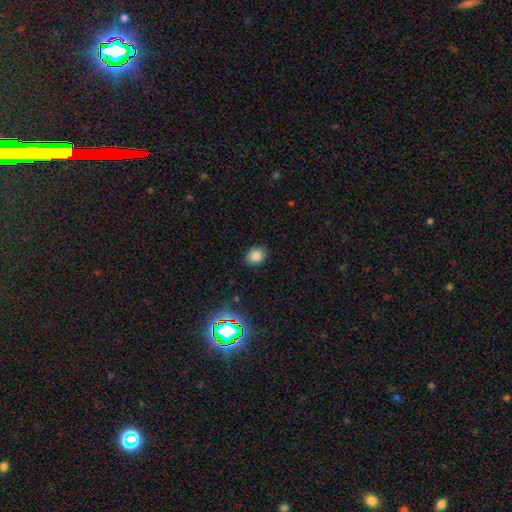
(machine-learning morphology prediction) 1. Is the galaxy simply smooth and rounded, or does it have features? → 82% smooth, 13% star or artifact, 5% featured or disk.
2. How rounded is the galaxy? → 58% round, 41% in between, 1% cigar-shaped.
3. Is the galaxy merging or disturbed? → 86% none, 10% minor disturbance, 3% major disturbance, 1% merger.